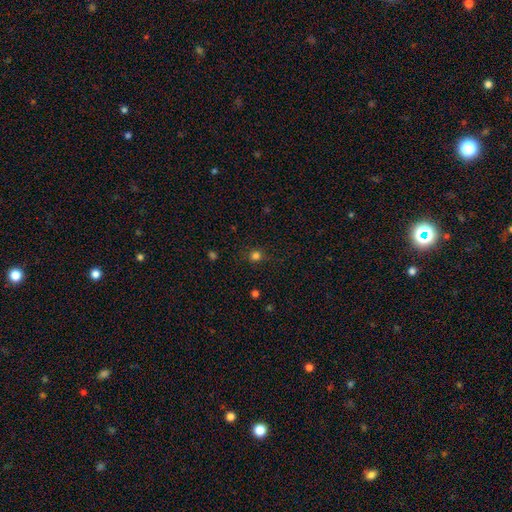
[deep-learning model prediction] This is likely a smooth galaxy (78%). How rounded: clearly round (88%). Merging: clearly none (84%).